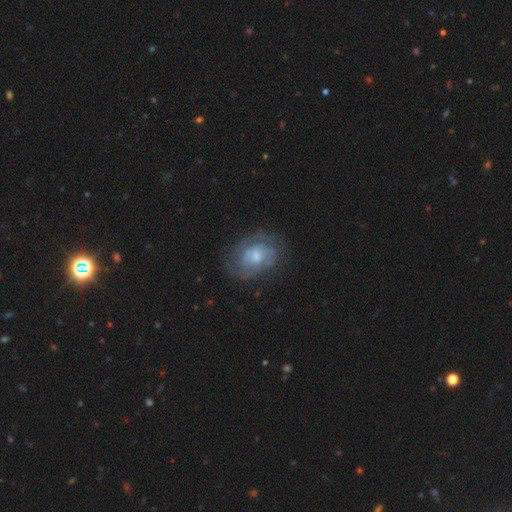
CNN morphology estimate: smooth-or-featured: featured or disk: 65% | smooth: 27% | star or artifact: 8%
  disk-edge-on: no: 97% | yes: 3%
    bar: no: 64% | weak: 31% | strong: 5%
    has-spiral-arms: yes: 70% | no: 30%
    bulge-size: moderate: 43% | small: 40% | none: 9% | large: 6% | dominant: 1%
  merging: none: 63% | minor disturbance: 22% | major disturbance: 14% | merger: 2%